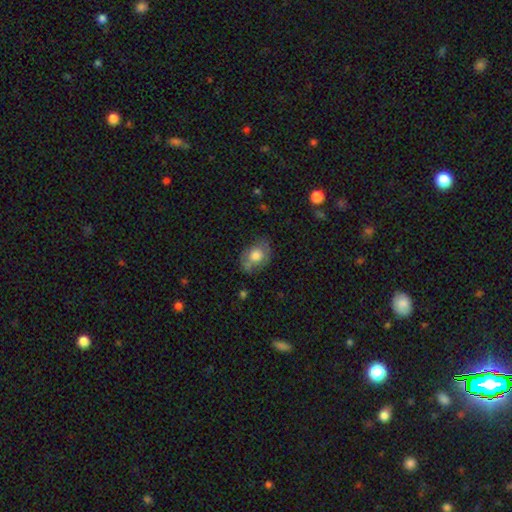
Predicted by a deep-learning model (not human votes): smooth_or_featured: smooth (p=0.65) [alt: featured or disk p=0.27]
how_rounded: in between (p=0.71) [alt: round p=0.28]
merging: none (p=0.63) [alt: minor disturbance p=0.25]